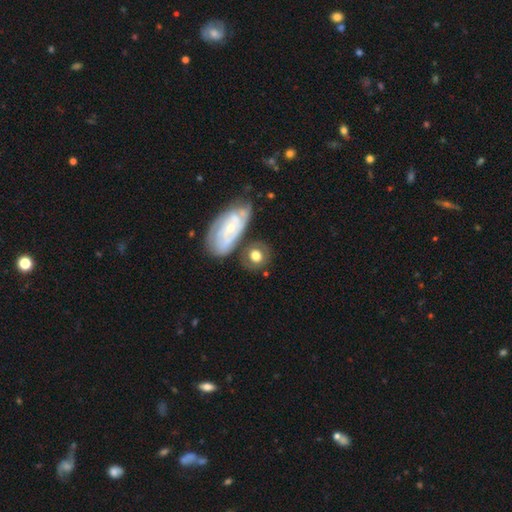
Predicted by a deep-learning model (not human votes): A smooth galaxy with no disk features (61%) that is round (68%).

Vote fractions:
- Smooth or featured? smooth: 61% / featured or disk: 32% / star or artifact: 7%
- How rounded? round: 68% / in between: 30% / cigar-shaped: 2%
- Merging? none: 61% / minor disturbance: 16% / merger: 15% / major disturbance: 7%